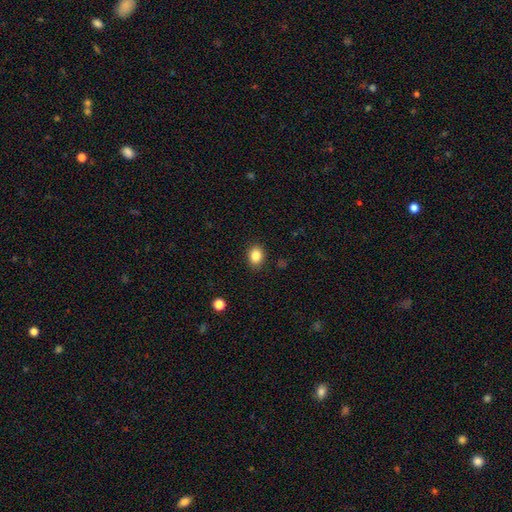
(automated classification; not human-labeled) This appears to be a smooth galaxy with no disk features (84%) that is round (51%). Merging: none (89%).